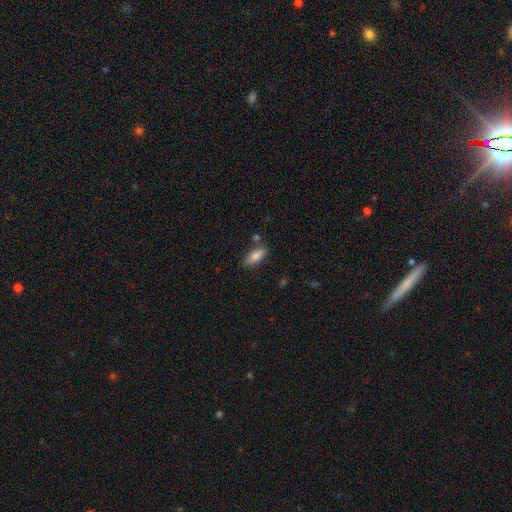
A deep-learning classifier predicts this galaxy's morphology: smooth_or_featured: smooth (p=0.83) [alt: featured or disk p=0.10]
how_rounded: in between (p=0.79) [alt: cigar-shaped p=0.19]
merging: none (p=0.76) [alt: minor disturbance p=0.14]